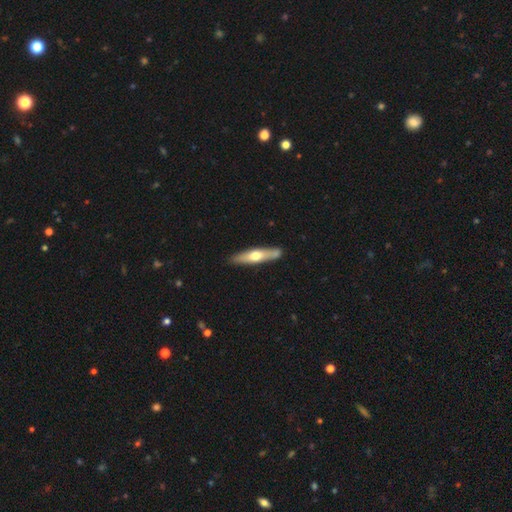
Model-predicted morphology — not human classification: This is possibly a featured or disk galaxy (48%). Merging: clearly none (85%).